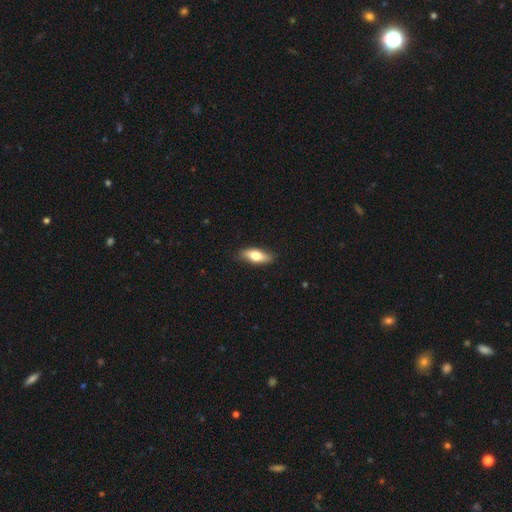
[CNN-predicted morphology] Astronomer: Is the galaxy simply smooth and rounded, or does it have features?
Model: smooth — 72%.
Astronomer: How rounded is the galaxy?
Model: in between — 70%.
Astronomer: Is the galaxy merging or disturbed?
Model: none — 85%.